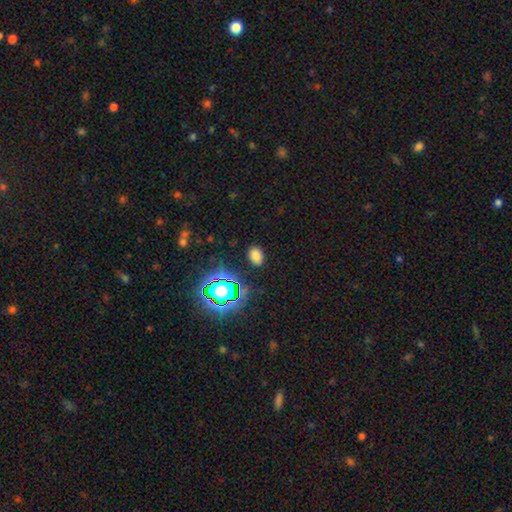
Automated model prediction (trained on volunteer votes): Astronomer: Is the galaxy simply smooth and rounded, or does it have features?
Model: smooth — 72%.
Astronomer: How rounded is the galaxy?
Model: in between — 81%.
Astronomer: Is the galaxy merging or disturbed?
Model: none — 87%.